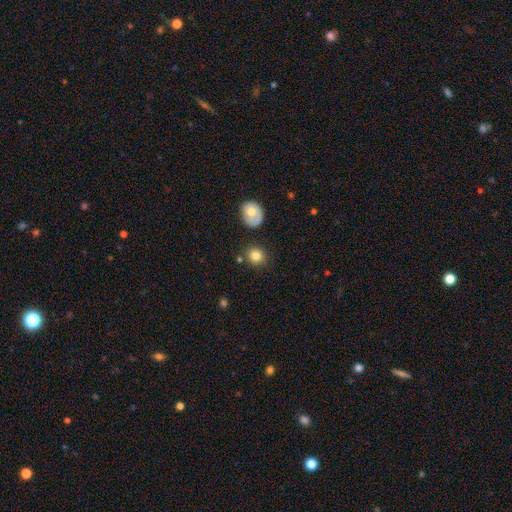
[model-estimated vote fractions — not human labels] A smooth galaxy with no disk features (82%) that is round (84%).

Vote fractions:
- Smooth or featured? smooth: 82% / star or artifact: 10% / featured or disk: 8%
- How rounded? round: 84% / in between: 15% / cigar-shaped: 1%
- Merging? none: 82% / minor disturbance: 10% / merger: 5% / major disturbance: 3%